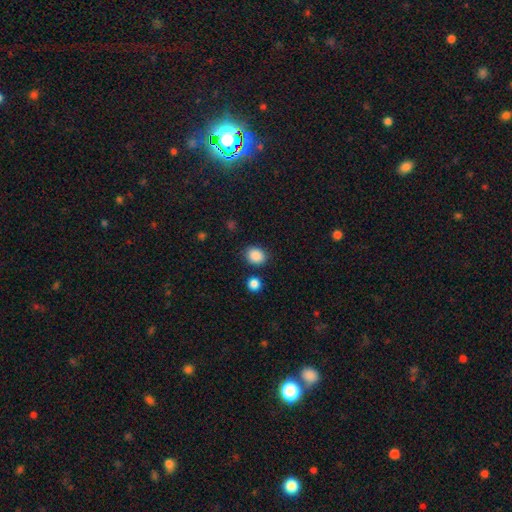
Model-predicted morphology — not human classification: Overall: smooth (88%). How rounded: round (58%; in between 41%). Merging: none (82%).